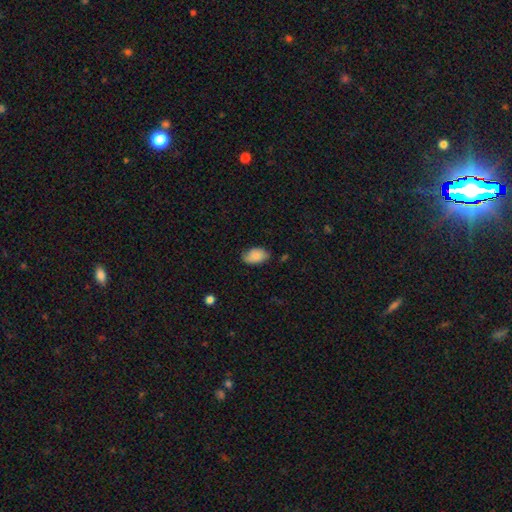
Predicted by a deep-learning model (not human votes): This appears to be a smooth galaxy with no disk features (86%) that is in between round and cigar-shaped (93%). Merging: none (76%).